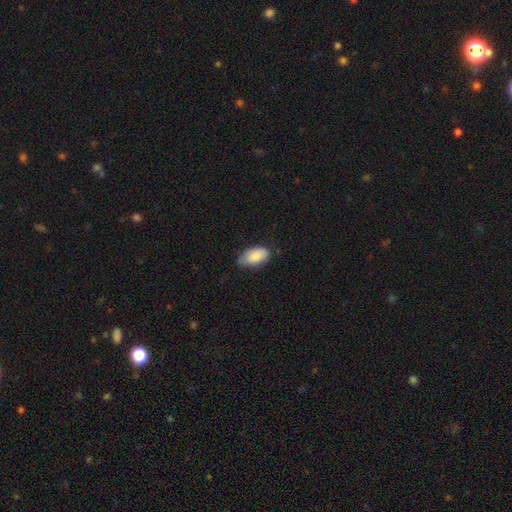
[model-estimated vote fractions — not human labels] Smooth or featured? Predicted: smooth (p=0.83). How rounded? Predicted: in between (p=0.94). Merging? Predicted: none (p=0.65).